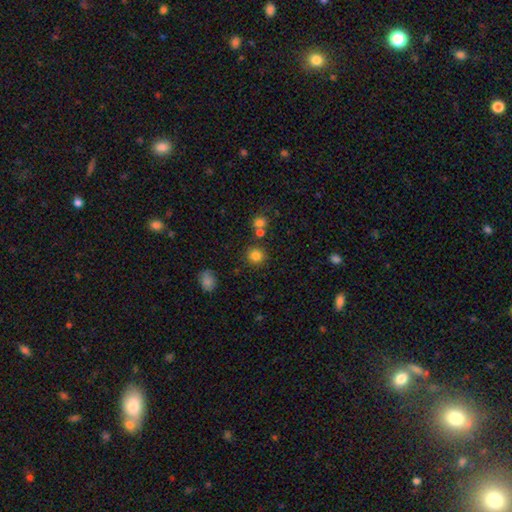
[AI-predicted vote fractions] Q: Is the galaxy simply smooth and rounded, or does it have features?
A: smooth — 82%.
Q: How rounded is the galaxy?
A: round — 91%.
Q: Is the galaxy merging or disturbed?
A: none — 83%.